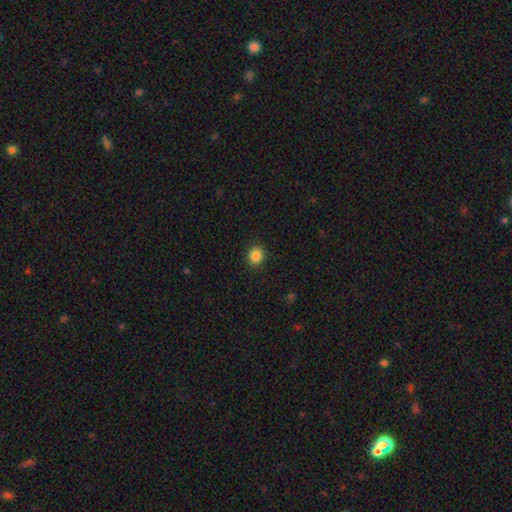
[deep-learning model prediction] Smooth or featured? Predicted: smooth (p=0.85). How rounded? Predicted: round (p=0.81). Merging? Predicted: none (p=0.91).